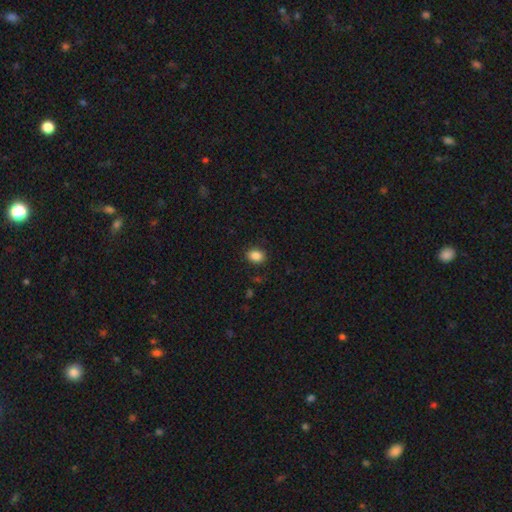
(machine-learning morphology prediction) smooth-or-featured: smooth: 87% | star or artifact: 10% | featured or disk: 4%
  how-rounded: in between: 60% | round: 40% | cigar-shaped: 1%
  merging: none: 88% | minor disturbance: 8% | major disturbance: 2% | merger: 1%